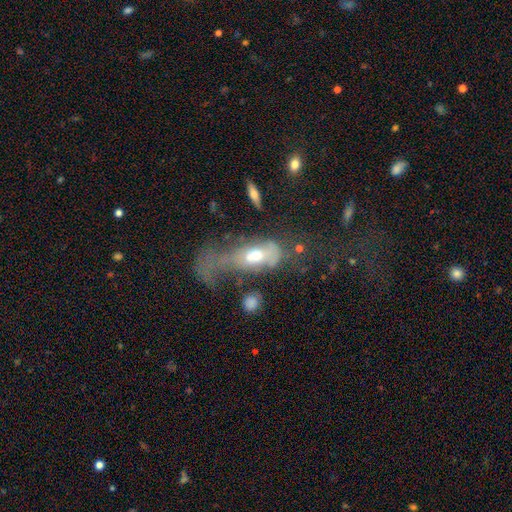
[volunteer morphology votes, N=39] A smooth galaxy with no disk features (46%, tied with featured or disk) that is in between round and cigar-shaped (67%). Merging: major disturbance (58%).